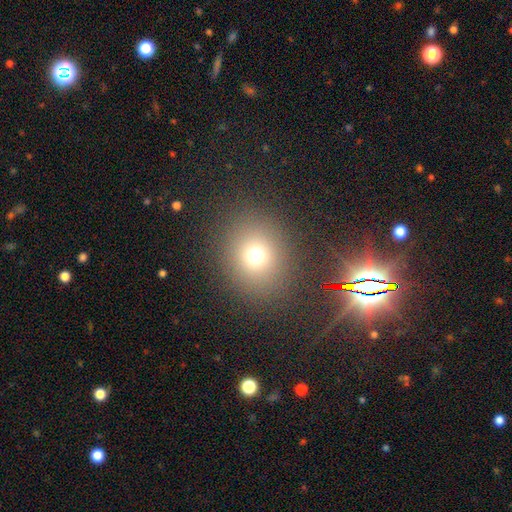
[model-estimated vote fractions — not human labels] Smooth or featured? Predicted: smooth (p=0.70). How rounded? Predicted: round (p=0.78). Merging? Predicted: none (p=0.84).